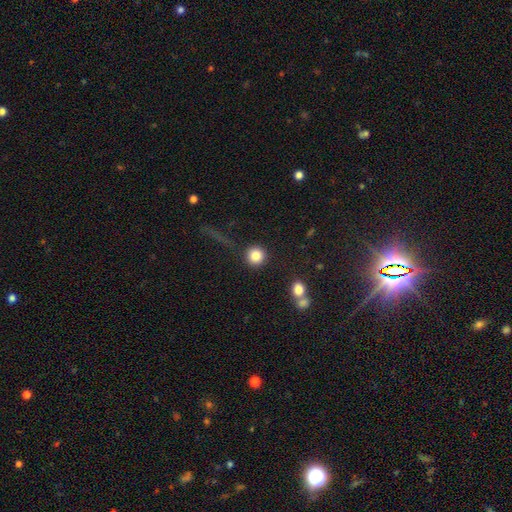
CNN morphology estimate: The model was most divided on "smooth or featured": smooth: 85%, star or artifact: 10%, featured or disk: 6%. More confident: how rounded — round (94%); merging — none (86%).